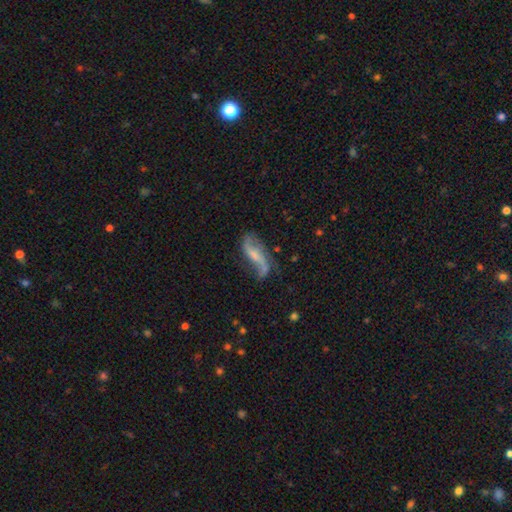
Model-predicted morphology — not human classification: A featured or disk galaxy (77%) with a weak bar (39%), 2 (88%) loose (83%) spiral arms (91%) and a small central bulge (55%).

Vote fractions:
- Smooth or featured? featured or disk: 77% / smooth: 16% / star or artifact: 7%
- Edge-on disk? no: 90% / yes: 10%
- Bar? weak: 39% / no: 38% / strong: 24%
- Spiral arms? yes: 91% / no: 9%
- Spiral winding? loose: 83% / medium: 12% / tight: 4%
- Spiral arm count? 2: 88% / 1: 5% / can't tell: 4% / 3: 1% / 4: 1% / more than 4: 1%
- Bulge size? small: 55% / moderate: 24% / none: 18% / large: 2% / dominant: 1%
- Merging? none: 58% / minor disturbance: 23% / major disturbance: 15% / merger: 4%